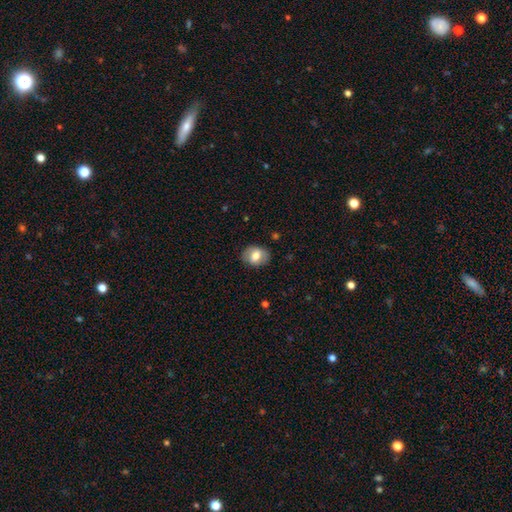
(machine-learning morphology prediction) The model was most divided on "how rounded": in between: 61%, round: 38%, cigar-shaped: 1%. More confident: merging — none (81%); smooth or featured — smooth (70%).